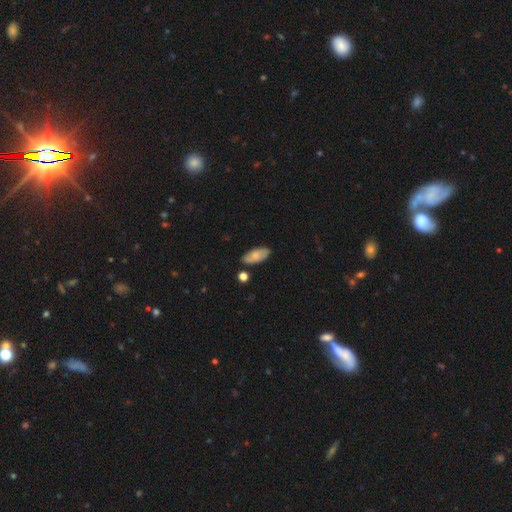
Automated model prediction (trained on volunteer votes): Smooth or featured? smooth (72%)
How rounded? in between (88%)
Merging? none (78%)